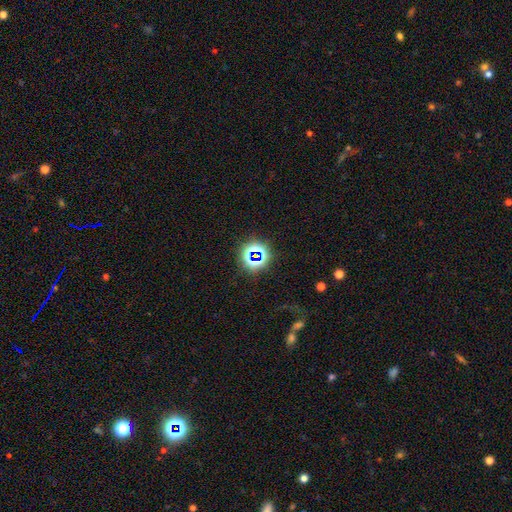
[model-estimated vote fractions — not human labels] Q: Smooth or featured?
A: star or artifact (71%); runner-up: smooth (20%)